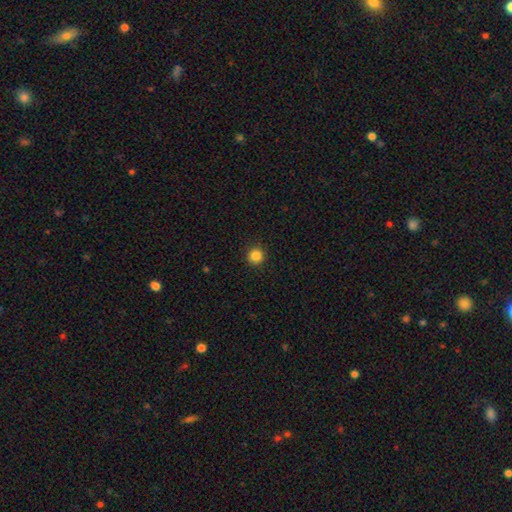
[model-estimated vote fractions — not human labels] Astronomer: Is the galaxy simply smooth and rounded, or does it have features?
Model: smooth — 85%.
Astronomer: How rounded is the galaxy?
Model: round — 94%.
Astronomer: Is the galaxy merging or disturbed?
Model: none — 91%.